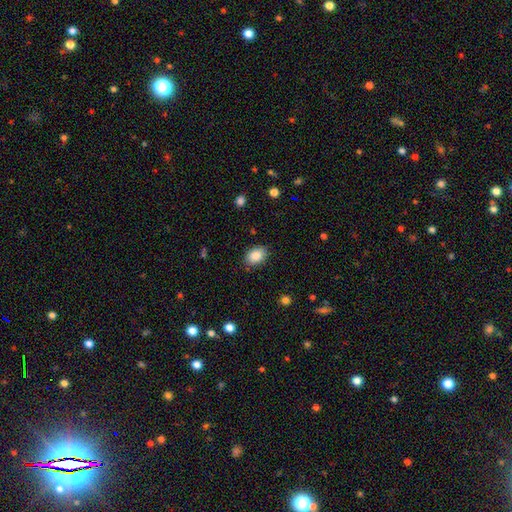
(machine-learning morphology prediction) Smooth or featured? smooth (86%)
How rounded? in between (79%)
Merging? none (85%)